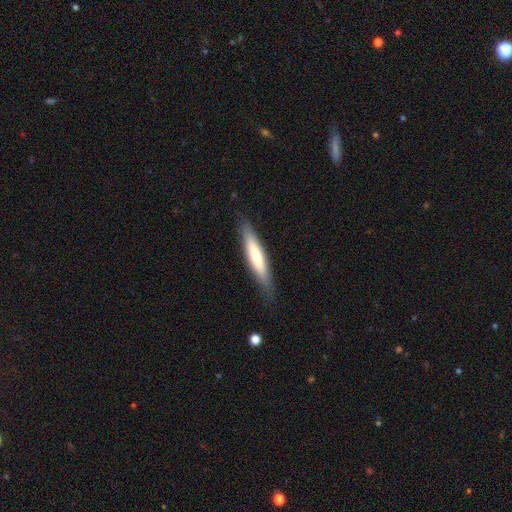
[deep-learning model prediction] This appears to be a smooth galaxy with no disk features (62%) that is cigar-shaped (86%). Merging: none (85%).